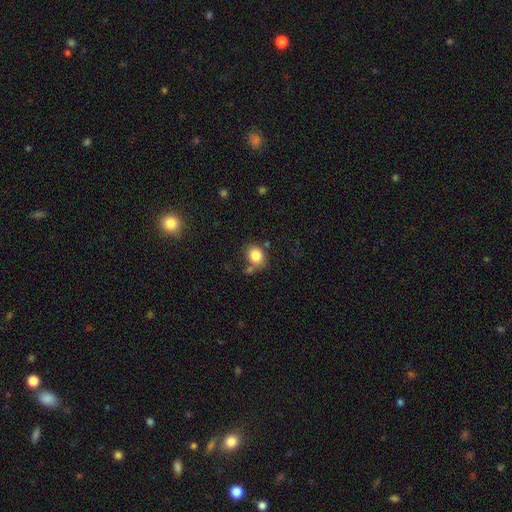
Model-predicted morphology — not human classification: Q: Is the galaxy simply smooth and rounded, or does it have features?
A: smooth — 83%.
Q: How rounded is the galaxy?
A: round — 57%.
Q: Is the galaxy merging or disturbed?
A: none — 65%.